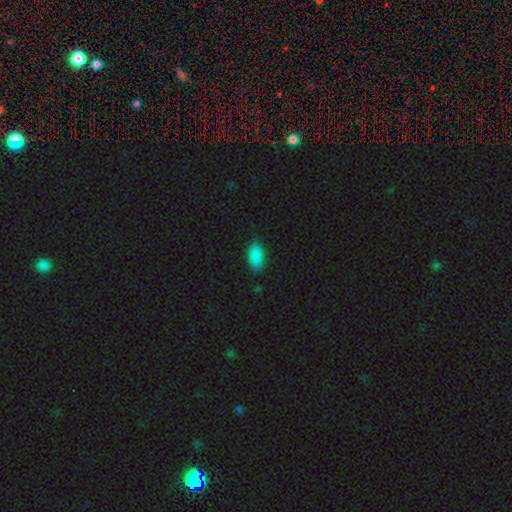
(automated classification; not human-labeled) smooth_or_featured: smooth (p=0.88) [alt: star or artifact p=0.08]
how_rounded: in between (p=0.92) [alt: cigar-shaped p=0.05]
merging: none (p=0.83) [alt: minor disturbance p=0.13]